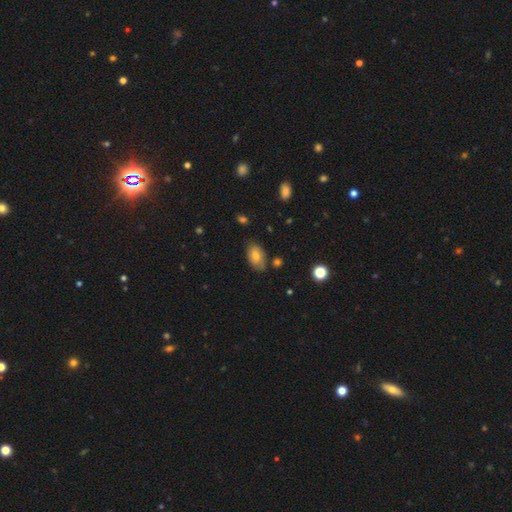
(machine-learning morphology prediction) Overall: smooth (66%). How rounded: in between (91%). Merging: none (72%).